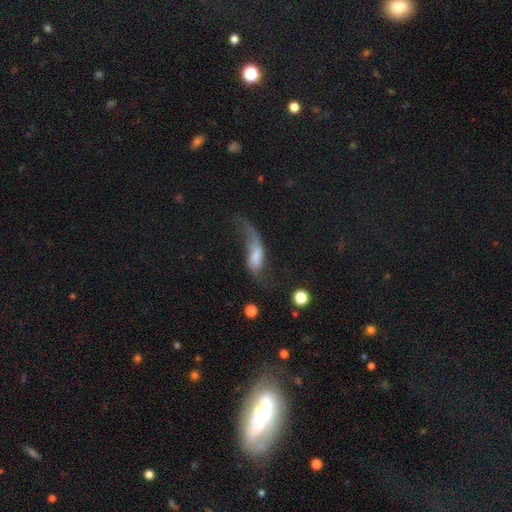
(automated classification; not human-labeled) Morphology: type=featured or disk (57%); edge-on=no (87%); merging=major disturbance (39%).